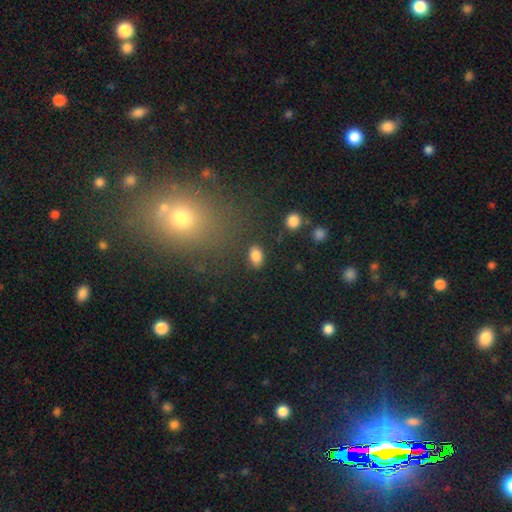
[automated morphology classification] smooth 85%, star or artifact 9%, featured or disk 5%. Down the decision tree: how rounded — in between (87%); merging — none (84%).